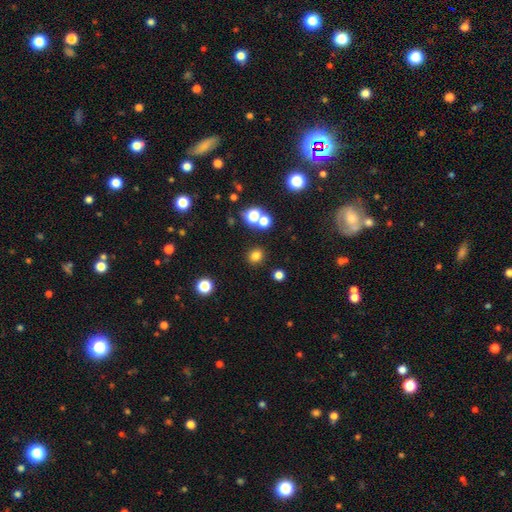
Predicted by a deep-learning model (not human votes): The model was most divided on "how rounded": round: 79%, in between: 20%, cigar-shaped: 1%. More confident: merging — none (84%); smooth or featured — smooth (77%).